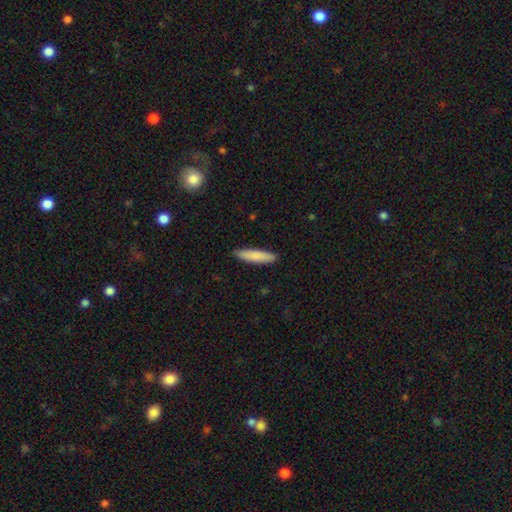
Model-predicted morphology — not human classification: A smooth galaxy with no disk features (83%) that is cigar-shaped (81%). Merging: none (89%).